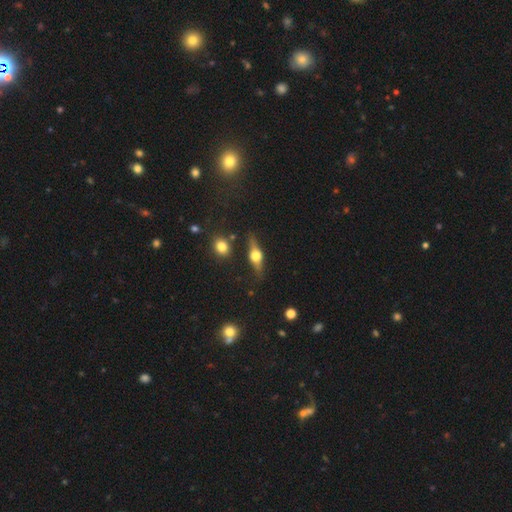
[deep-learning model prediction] The model was most divided on "smooth or featured": featured or disk: 67%, smooth: 24%, star or artifact: 8%. More confident: edge-on bulge — rounded (95%); edge-on disk — yes (93%); merging — none (81%).